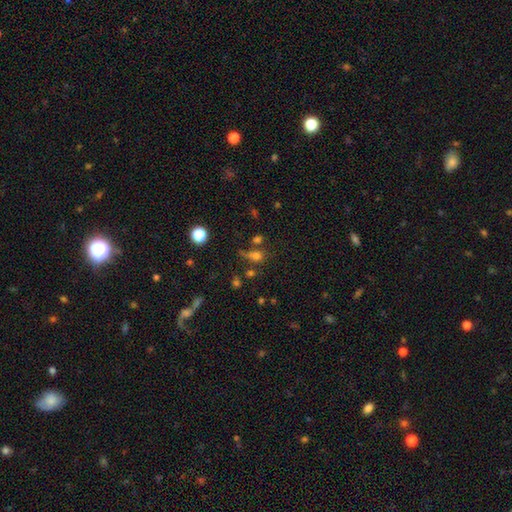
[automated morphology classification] The model was most divided on "how rounded": round: 57%, in between: 40%, cigar-shaped: 3%. More confident: smooth or featured — smooth (69%); merging — none (52%).